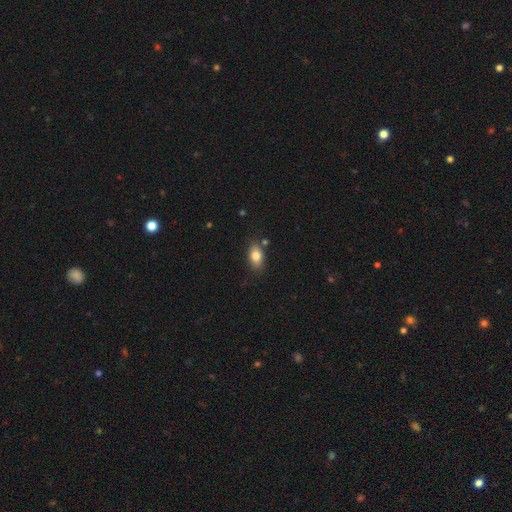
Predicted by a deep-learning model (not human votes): smooth 81%, featured or disk 11%, star or artifact 8%. Down the decision tree: how rounded — in between (87%); merging — none (79%).